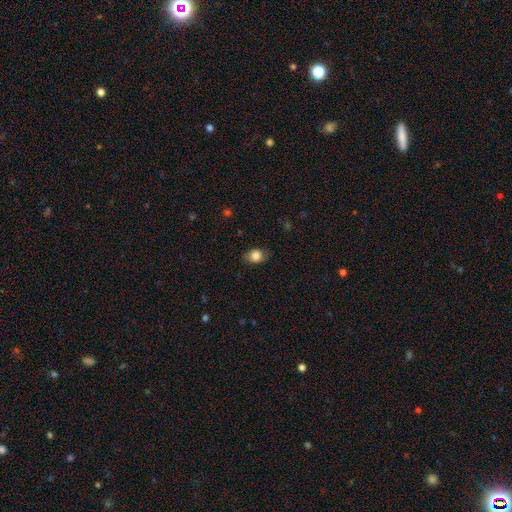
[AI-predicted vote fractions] Smooth or featured?
  - smooth: 83% *
  - star or artifact: 9%
  - featured or disk: 9%
How rounded?
  - in between: 64% *
  - round: 35%
  - cigar-shaped: 1%
Merging?
  - none: 78% *
  - minor disturbance: 17%
  - major disturbance: 4%
  - merger: 1%